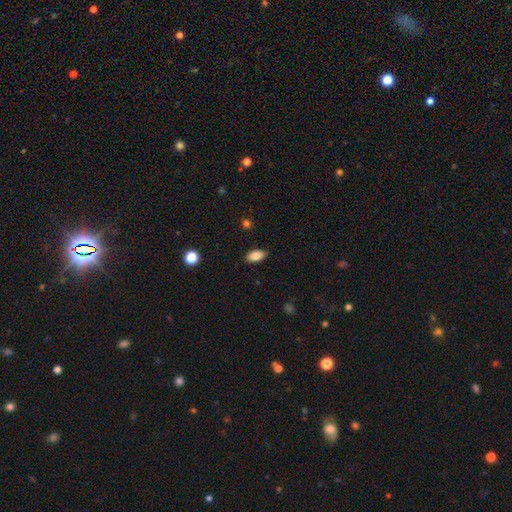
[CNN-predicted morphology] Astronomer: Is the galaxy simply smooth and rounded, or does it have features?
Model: smooth — 86%.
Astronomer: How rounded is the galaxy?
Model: in between — 91%.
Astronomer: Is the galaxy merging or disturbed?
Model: none — 89%.